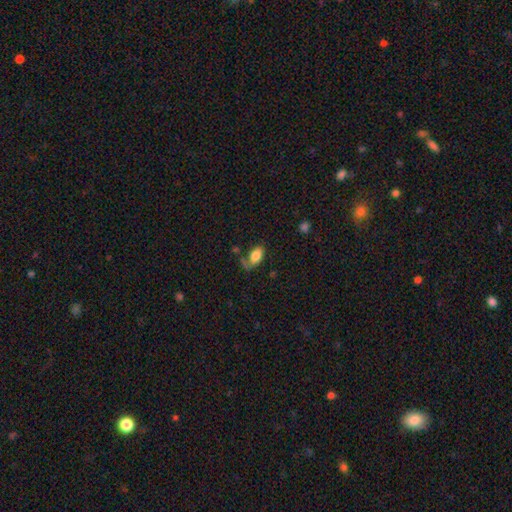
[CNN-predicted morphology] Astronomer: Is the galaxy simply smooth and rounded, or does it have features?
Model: smooth — 77%.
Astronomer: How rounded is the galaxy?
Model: in between — 91%.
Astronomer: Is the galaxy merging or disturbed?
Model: none — 48% (runner-up: minor disturbance, 24%).